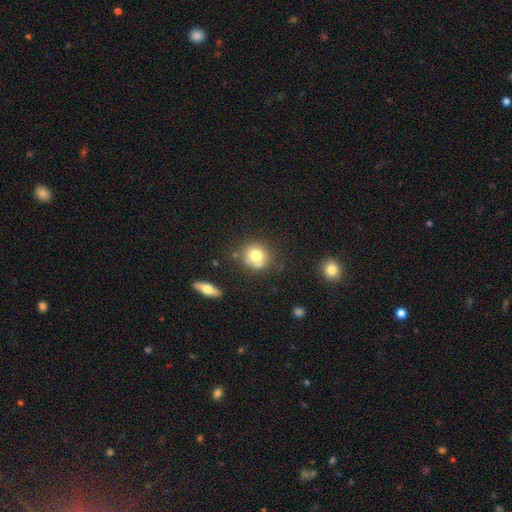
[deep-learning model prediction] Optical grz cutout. It shows a smooth galaxy with no disk features (73%) that is round (84%). Merging: none (65%).